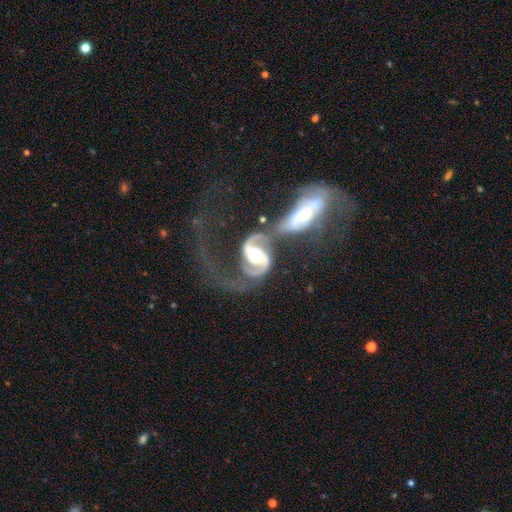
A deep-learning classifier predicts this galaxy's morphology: Smooth or featured: featured or disk — 91% (smooth — 5%)
Edge-on disk: no — 97% (yes — 3%)
Bar: strong — 43% (weak — 33%)
Spiral arms: yes — 97% (no — 3%)
Spiral winding: medium — 51% (loose — 31%)
Spiral arm count: 2 — 93% (can't tell — 2%)
Bulge size: moderate — 61% (large — 29%)
Merging: merger — 50% (none — 24%)